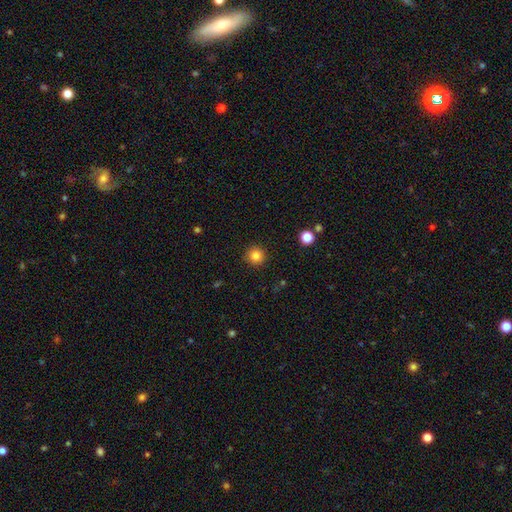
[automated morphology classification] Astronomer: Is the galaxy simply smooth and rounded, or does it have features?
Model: smooth — 84%.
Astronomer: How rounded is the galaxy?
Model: round — 95%.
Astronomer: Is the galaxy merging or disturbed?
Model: none — 91%.